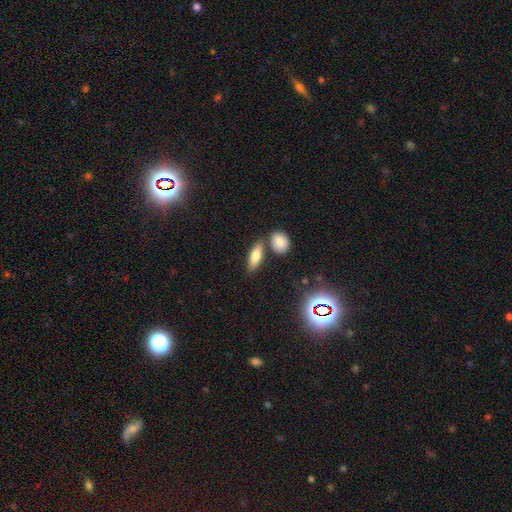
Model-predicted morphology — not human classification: Smooth or featured?
  - smooth: 74% *
  - featured or disk: 18%
  - star or artifact: 8%
How rounded?
  - in between: 65% *
  - cigar-shaped: 30%
  - round: 5%
Merging?
  - none: 69% *
  - merger: 17%
  - minor disturbance: 11%
  - major disturbance: 3%